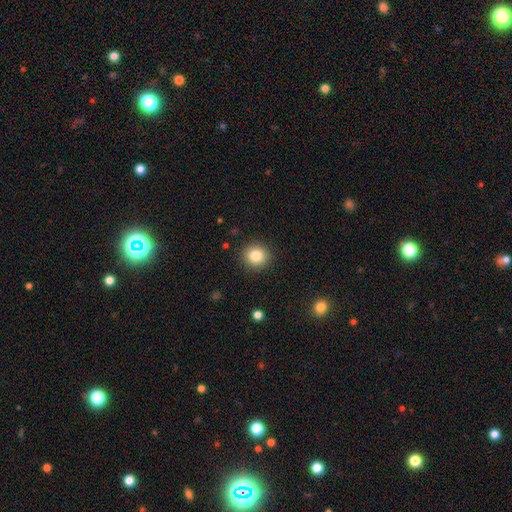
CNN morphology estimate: This appears to be a smooth galaxy with no disk features (83%) that is round (90%). Merging: none (91%).